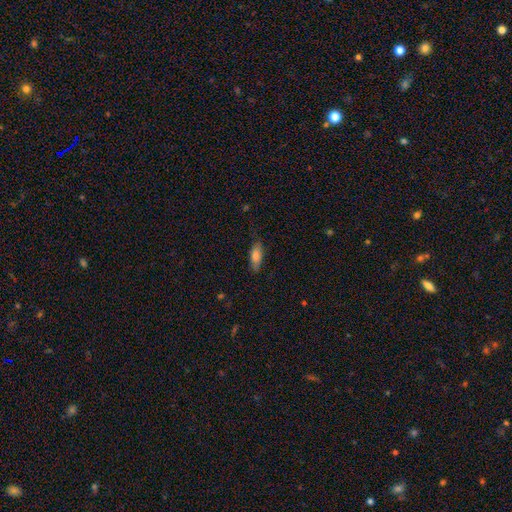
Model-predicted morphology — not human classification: smooth 76%, featured or disk 17%, star or artifact 7%. Down the decision tree: how rounded — in between (69%); merging — none (79%).